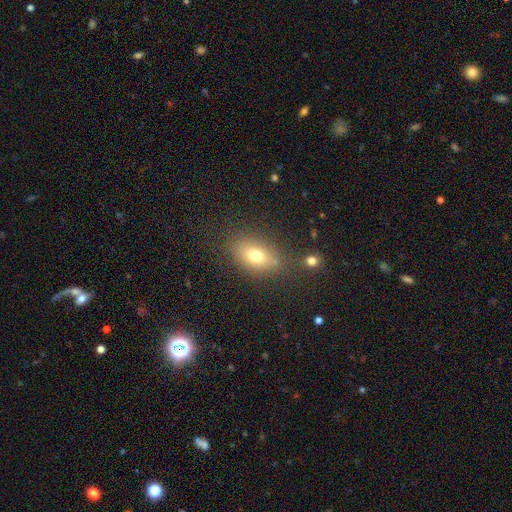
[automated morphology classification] This is likely a smooth galaxy (71%). How rounded: likely in between (77%). Merging: likely none (72%).